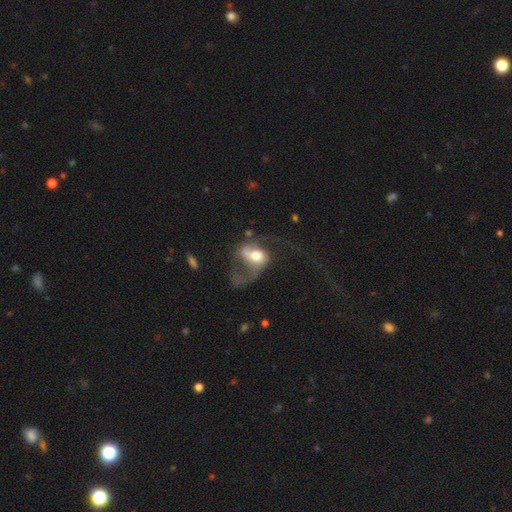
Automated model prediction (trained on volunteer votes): Smooth or featured? featured or disk (68%)
Edge-on disk? no (96%)
Bar? no (53%)
Spiral arms? yes (82%)
Spiral winding? loose (71%)
Spiral arm count? 2 (67%)
Bulge size? moderate (54%)
Merging? major disturbance (52%)